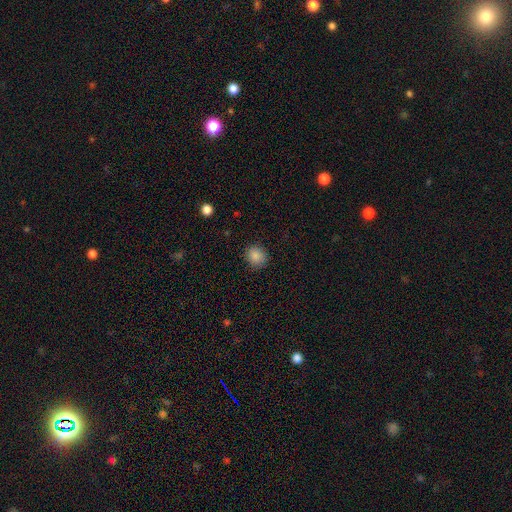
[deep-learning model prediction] Morphology: type=smooth (86%); roundness=round (84%); merging=none (89%).